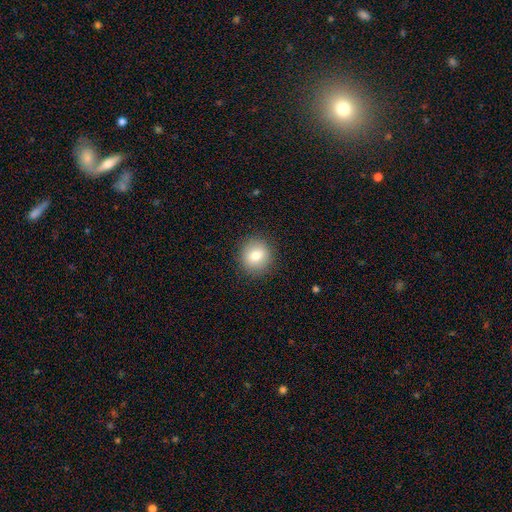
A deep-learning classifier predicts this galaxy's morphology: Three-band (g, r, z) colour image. It shows a smooth galaxy with no disk features (79%) that is round (87%). Merging: none (89%).